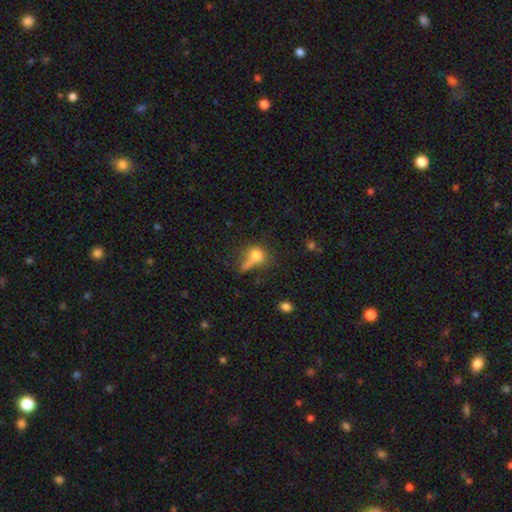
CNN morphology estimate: A smooth galaxy with no disk features (71%) that is round (57%). Merging: none (38%).